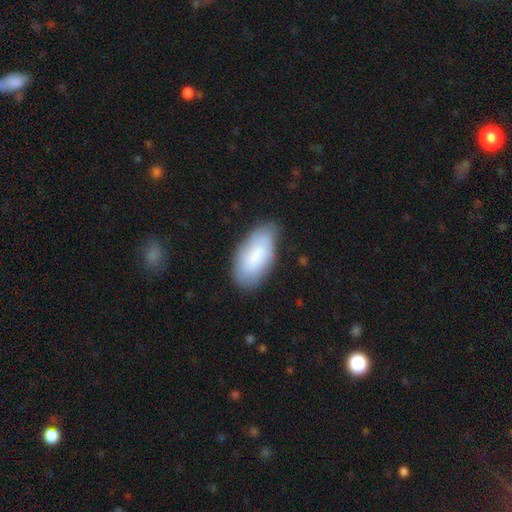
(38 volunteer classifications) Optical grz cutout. It shows a smooth galaxy with no disk features (87%) that is in between round and cigar-shaped (91%). Merging: none (50%).